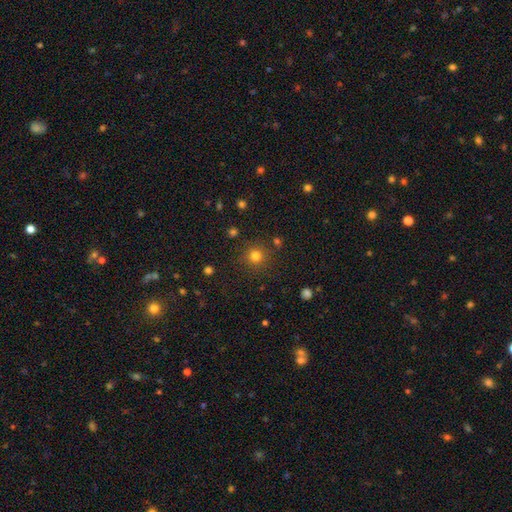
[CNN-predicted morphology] This is likely a smooth galaxy (79%). How rounded: clearly round (94%). Merging: clearly none (87%).